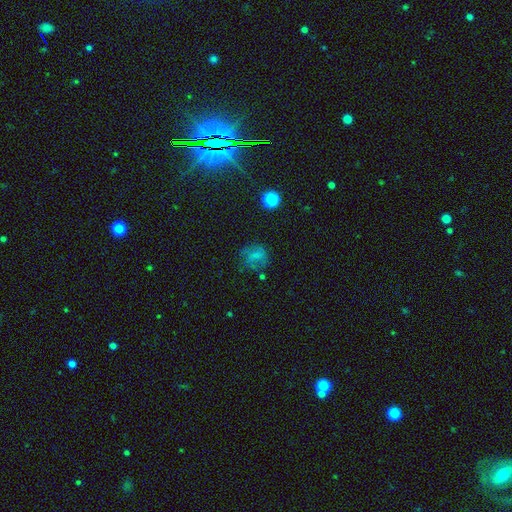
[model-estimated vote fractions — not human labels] smooth-or-featured: smooth: 56% | featured or disk: 25% | star or artifact: 19%
  how-rounded: round: 73% | in between: 26% | cigar-shaped: 1%
  merging: none: 57% | minor disturbance: 22% | major disturbance: 17% | merger: 4%